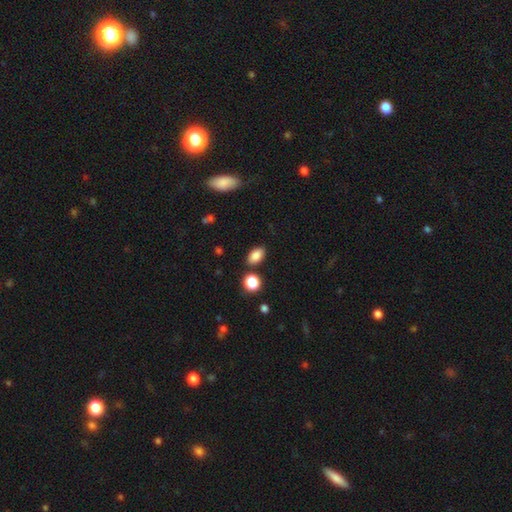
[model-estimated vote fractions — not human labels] Q: Smooth or featured?
A: smooth (85%); runner-up: star or artifact (9%)
Q: How rounded?
A: in between (87%); runner-up: round (11%)
Q: Merging?
A: none (82%); runner-up: minor disturbance (10%)